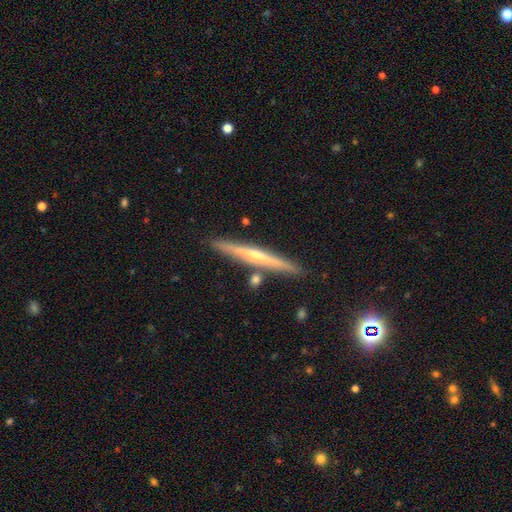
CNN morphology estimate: Smooth or featured? Predicted: featured or disk (p=0.63). Edge-on disk? Predicted: yes (p=0.97). Edge-on bulge? Predicted: rounded (p=0.48). Merging? Predicted: none (p=0.86).